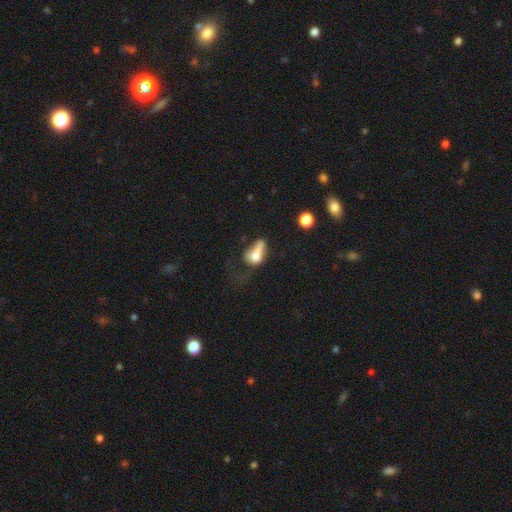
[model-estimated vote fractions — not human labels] A smooth galaxy with no disk features (66%) that is in between round and cigar-shaped (76%). Merging: major disturbance (47%).